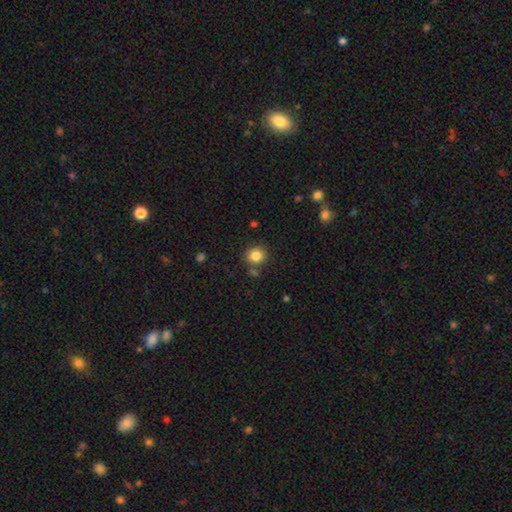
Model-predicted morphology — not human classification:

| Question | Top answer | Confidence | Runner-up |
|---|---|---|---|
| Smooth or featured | smooth | 84% | star or artifact (11%) |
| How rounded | round | 87% | in between (12%) |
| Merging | none | 80% | minor disturbance (9%) |